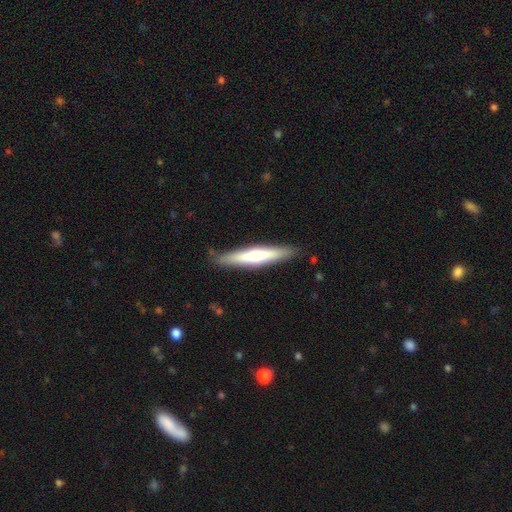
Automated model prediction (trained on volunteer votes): smooth 50%, featured or disk 44%, star or artifact 5%. Down the decision tree: how rounded — cigar-shaped (88%); merging — none (86%).